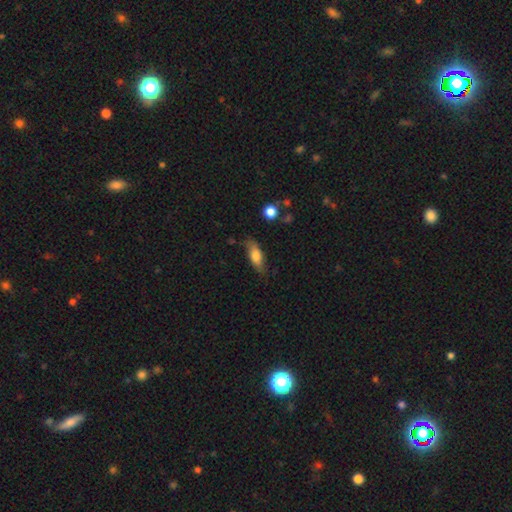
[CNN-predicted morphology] Q: Smooth or featured?
A: smooth (69%); runner-up: featured or disk (24%)
Q: How rounded?
A: in between (70%); runner-up: cigar-shaped (26%)
Q: Merging?
A: none (69%); runner-up: minor disturbance (22%)